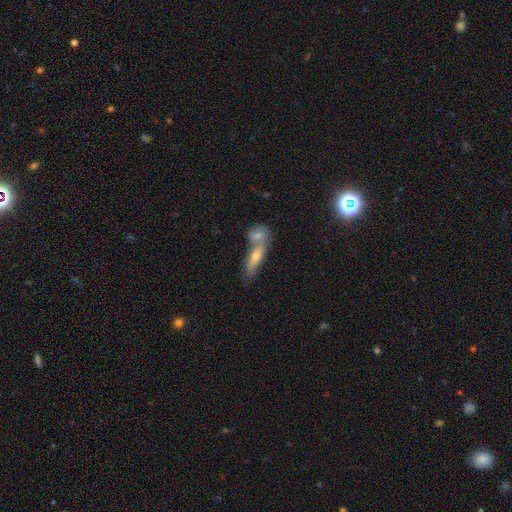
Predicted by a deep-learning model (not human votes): Smooth or featured: smooth — 50% (featured or disk — 36%)
How rounded: cigar-shaped — 57% (in between — 37%)
Merging: merger — 48% (none — 39%)